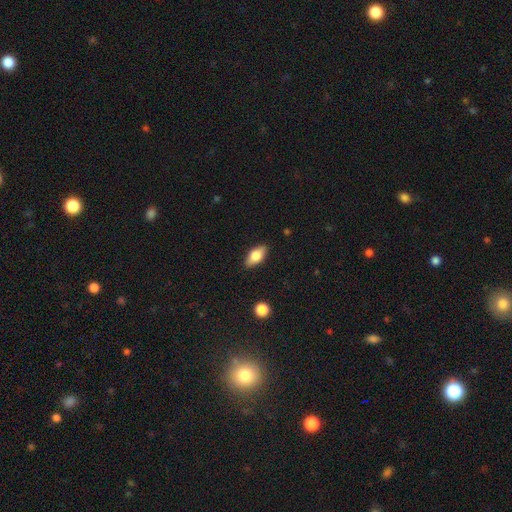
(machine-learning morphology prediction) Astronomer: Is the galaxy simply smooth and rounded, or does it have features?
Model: smooth — 72%.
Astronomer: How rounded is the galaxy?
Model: in between — 86%.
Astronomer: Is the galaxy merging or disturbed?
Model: none — 87%.